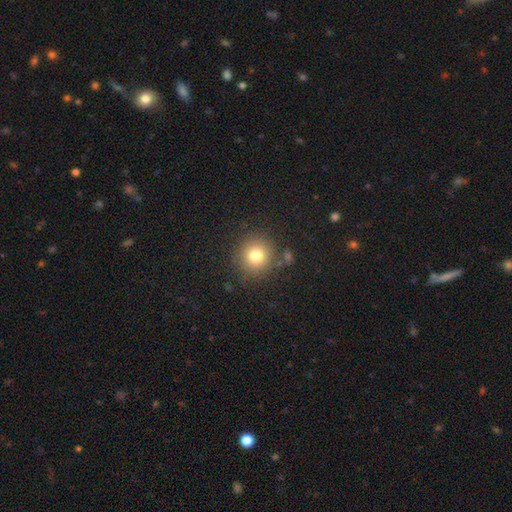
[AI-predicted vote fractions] smooth-or-featured: smooth: 78% | star or artifact: 13% | featured or disk: 9%
  how-rounded: round: 93% | in between: 6% | cigar-shaped: 1%
  merging: none: 85% | minor disturbance: 8% | merger: 4% | major disturbance: 3%